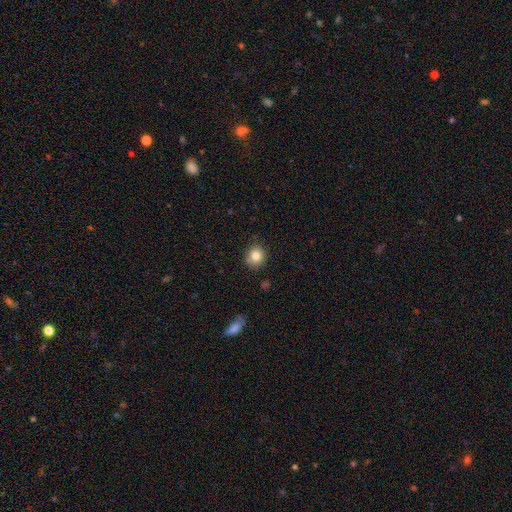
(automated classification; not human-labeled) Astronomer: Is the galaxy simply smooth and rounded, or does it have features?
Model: smooth — 82%.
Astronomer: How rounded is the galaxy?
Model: round — 82%.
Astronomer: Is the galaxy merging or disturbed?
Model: none — 81%.